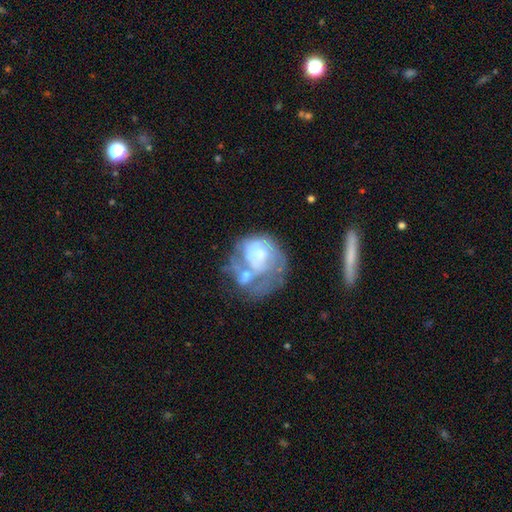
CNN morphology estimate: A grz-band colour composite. It shows a featured or disk galaxy (61%) with no bar (80%), no spiral arms (59%) and a moderate central bulge (35%). Merging: merger (32%).